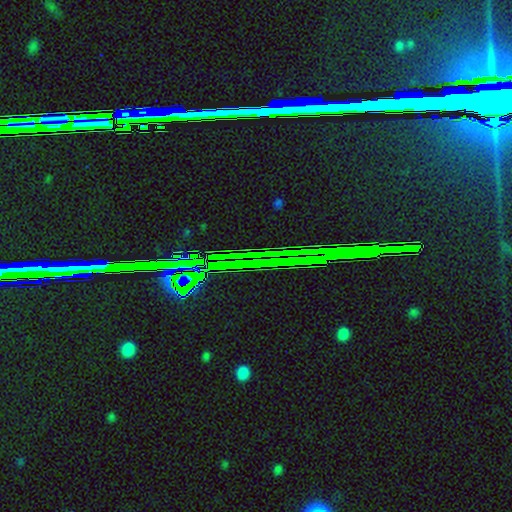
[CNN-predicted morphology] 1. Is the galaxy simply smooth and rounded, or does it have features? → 85% star or artifact, 8% featured or disk, 7% smooth.